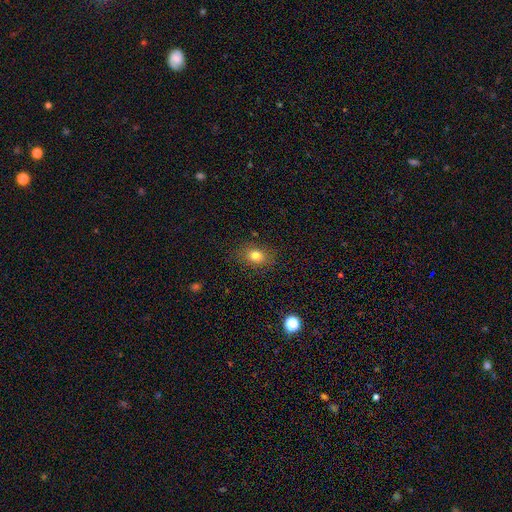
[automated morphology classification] Q: Smooth or featured?
A: smooth (80%); runner-up: star or artifact (12%)
Q: How rounded?
A: in between (60%); runner-up: round (39%)
Q: Merging?
A: none (85%); runner-up: minor disturbance (11%)